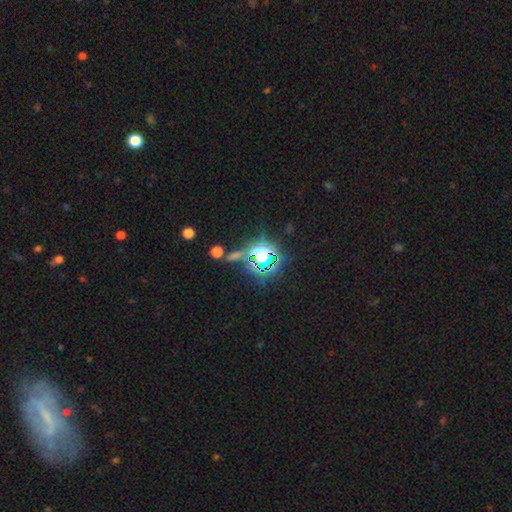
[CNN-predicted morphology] smooth_or_featured: star or artifact (p=0.79) [alt: smooth p=0.14]